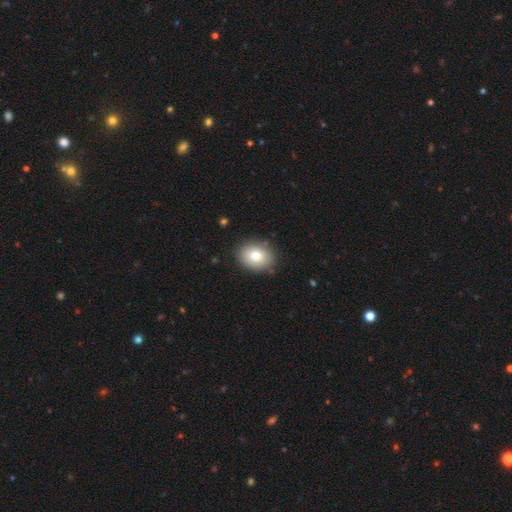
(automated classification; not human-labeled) smooth 79%, featured or disk 12%, star or artifact 9%. Down the decision tree: how rounded — in between (53%); merging — none (86%).